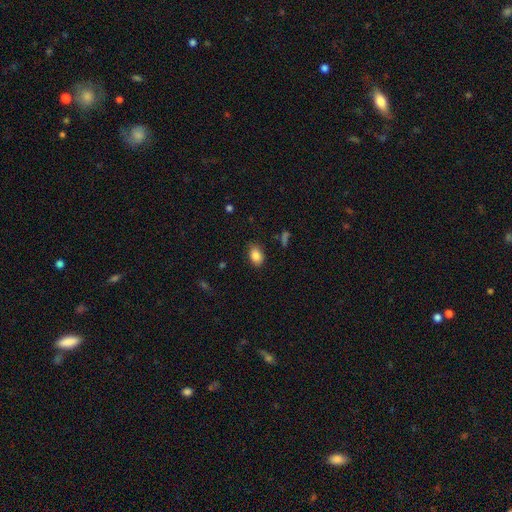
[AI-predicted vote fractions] A smooth galaxy with no disk features (86%) that is in between round and cigar-shaped (84%). Merging: none (84%).